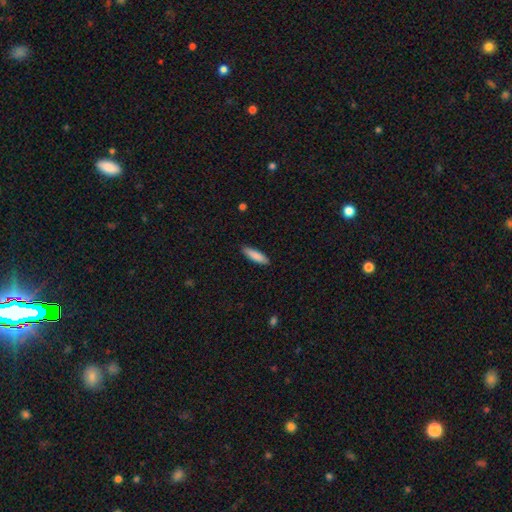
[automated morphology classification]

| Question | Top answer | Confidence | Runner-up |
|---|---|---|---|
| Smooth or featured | smooth | 87% | featured or disk (8%) |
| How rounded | cigar-shaped | 65% | in between (33%) |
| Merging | none | 89% | minor disturbance (9%) |